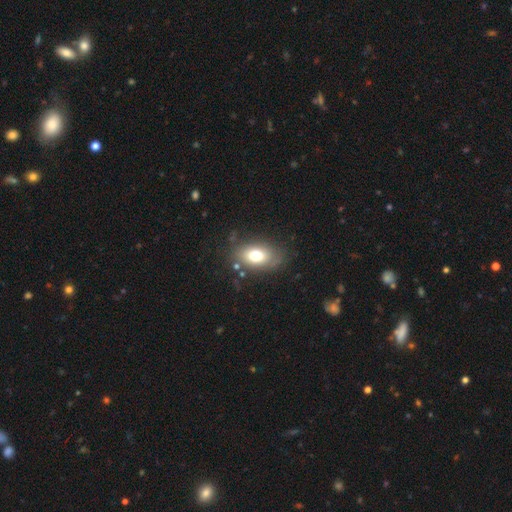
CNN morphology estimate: smooth_or_featured: smooth (p=0.71) [alt: featured or disk p=0.19]
how_rounded: in between (p=0.85) [alt: round p=0.13]
merging: none (p=0.74) [alt: minor disturbance p=0.17]